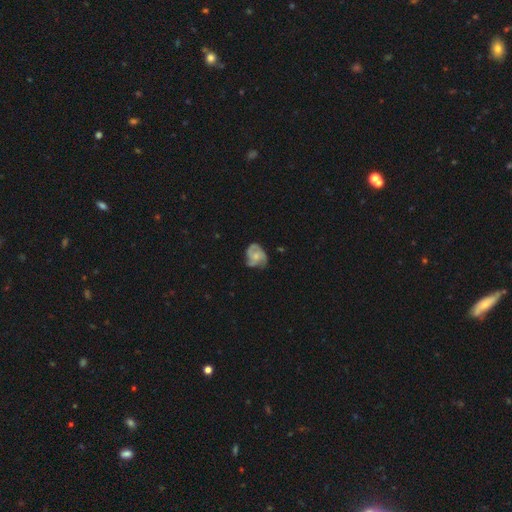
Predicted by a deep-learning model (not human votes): smooth-or-featured: featured or disk: 72% | smooth: 21% | star or artifact: 7%
  disk-edge-on: no: 98% | yes: 2%
    bar: no: 76% | weak: 21% | strong: 3%
    has-spiral-arms: yes: 91% | no: 9%
      spiral-winding: medium: 44% | tight: 42% | loose: 13%
      spiral-arm-count: 3: 55% | 2: 16% | can't tell: 14% | 4: 9% | 1: 3% | more than 4: 3%
    bulge-size: small: 48% | moderate: 40% | none: 8% | large: 3% | dominant: 1%
  merging: none: 58% | minor disturbance: 27% | major disturbance: 14% | merger: 2%